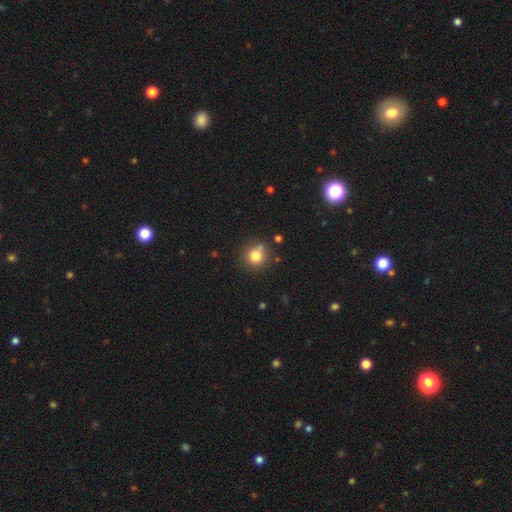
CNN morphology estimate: A smooth galaxy with no disk features (79%) that is round (90%). Merging: none (73%).